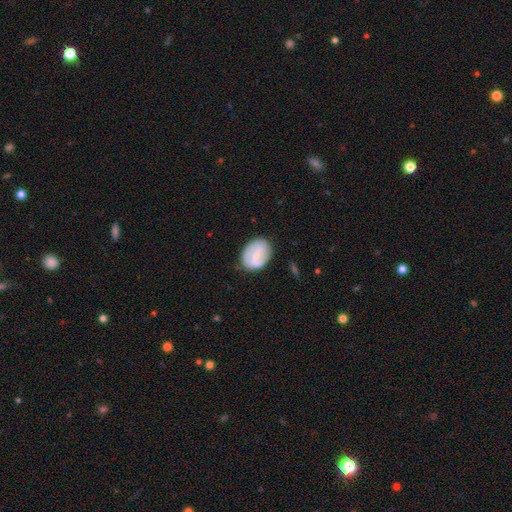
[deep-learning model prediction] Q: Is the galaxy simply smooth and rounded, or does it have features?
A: featured or disk — 49%.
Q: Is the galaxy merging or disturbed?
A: none — 75%.